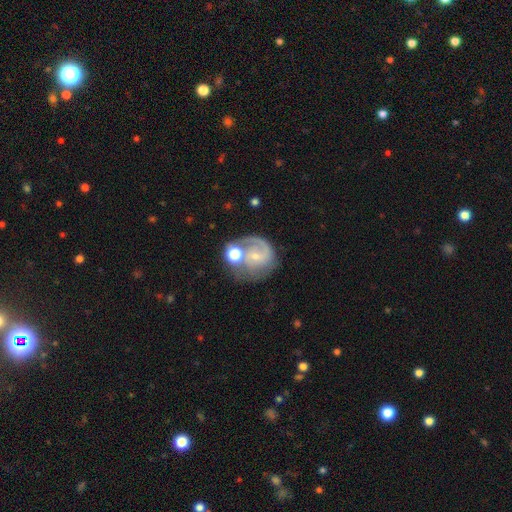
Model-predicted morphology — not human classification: featured or disk 75%, smooth 17%, star or artifact 7%. Down the decision tree: edge-on disk — no (98%); bar — no (56%); spiral arms — yes (91%); spiral arm count — 2 (47%); spiral winding — medium (44%); bulge size — small (65%); merging — none (46%).